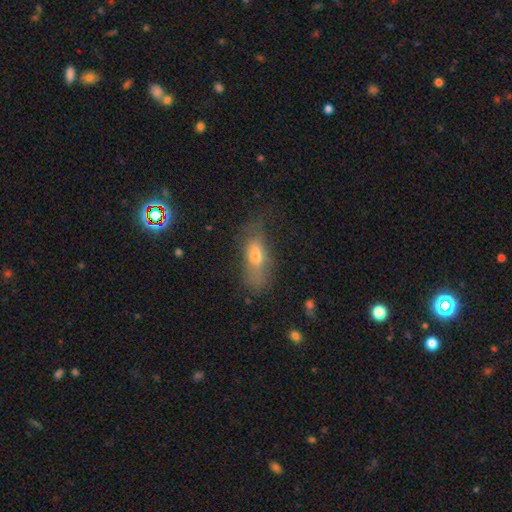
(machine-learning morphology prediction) Overall: smooth (64%; featured or disk 26%). How rounded: in between (67%; cigar-shaped 28%). Merging: none (53%; minor disturbance 27%).